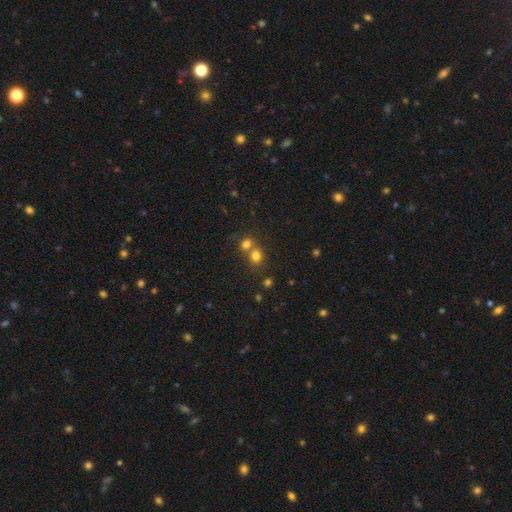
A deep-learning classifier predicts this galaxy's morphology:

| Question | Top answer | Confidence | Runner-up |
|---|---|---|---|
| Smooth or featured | smooth | 77% | star or artifact (15%) |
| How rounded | round | 72% | in between (27%) |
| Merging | merger | 48% | none (42%) |